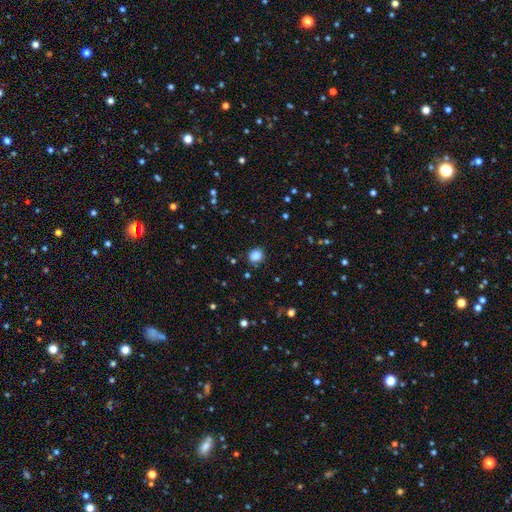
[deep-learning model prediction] Q: Smooth or featured?
A: smooth (85%); runner-up: star or artifact (12%)
Q: How rounded?
A: round (79%); runner-up: in between (20%)
Q: Merging?
A: none (87%); runner-up: minor disturbance (9%)